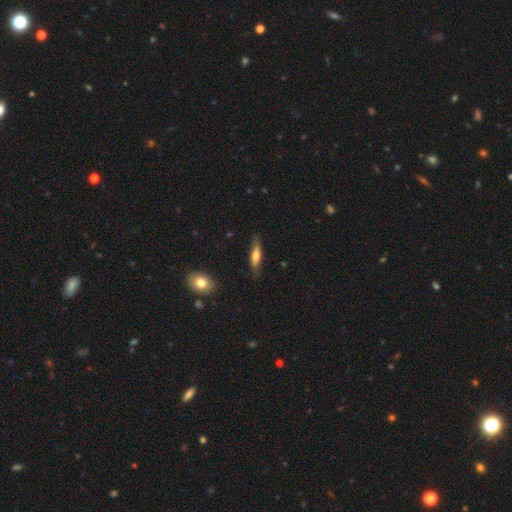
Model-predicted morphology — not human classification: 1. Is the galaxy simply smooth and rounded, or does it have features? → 60% smooth, 34% featured or disk, 6% star or artifact.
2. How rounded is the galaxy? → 67% cigar-shaped, 31% in between, 2% round.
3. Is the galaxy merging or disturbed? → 78% none, 17% minor disturbance, 3% major disturbance, 1% merger.